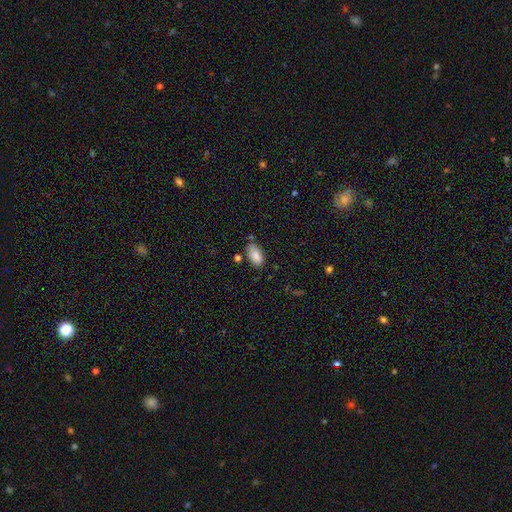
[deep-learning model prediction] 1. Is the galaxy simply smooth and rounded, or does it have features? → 85% smooth, 8% featured or disk, 7% star or artifact.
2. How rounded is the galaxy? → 93% in between, 4% cigar-shaped, 3% round.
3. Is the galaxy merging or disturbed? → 69% none, 21% minor disturbance, 6% merger, 4% major disturbance.